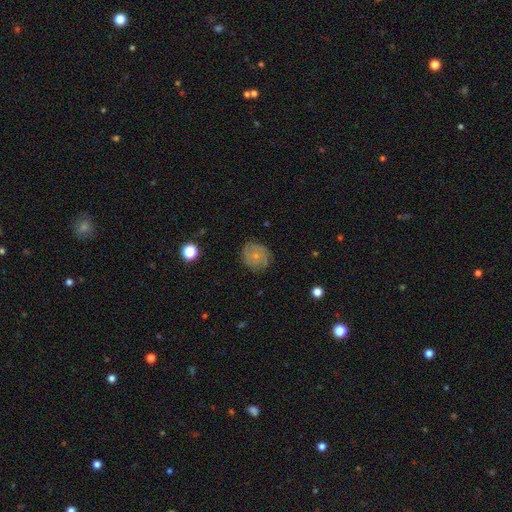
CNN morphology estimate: The model was most divided on "smooth or featured": featured or disk: 46%, smooth: 44%, star or artifact: 9%. More confident: merging — none (78%).